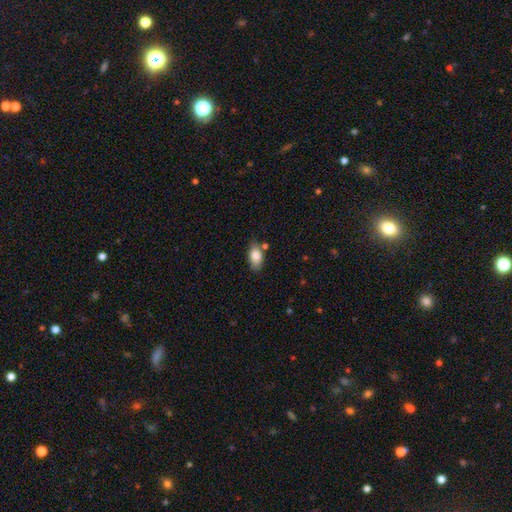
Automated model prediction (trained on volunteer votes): Smooth or featured?
  - smooth: 85% *
  - featured or disk: 8%
  - star or artifact: 7%
How rounded?
  - in between: 91% *
  - round: 6%
  - cigar-shaped: 4%
Merging?
  - none: 70% *
  - minor disturbance: 19%
  - merger: 8%
  - major disturbance: 4%